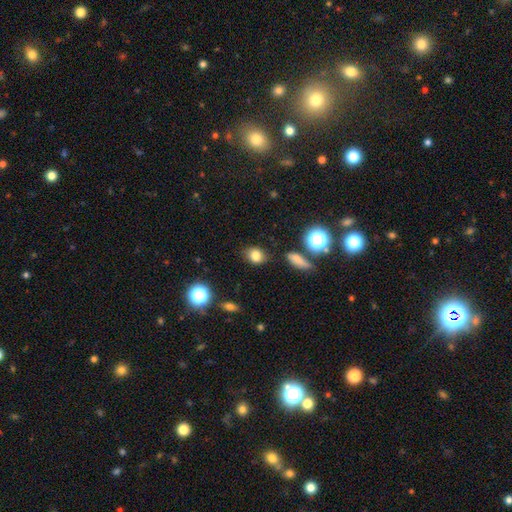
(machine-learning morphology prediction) A smooth galaxy with no disk features (79%) that is in between round and cigar-shaped (54%).

Vote fractions:
- Smooth or featured? smooth: 79% / star or artifact: 12% / featured or disk: 8%
- How rounded? in between: 54% / round: 44% / cigar-shaped: 2%
- Merging? none: 77% / minor disturbance: 15% / major disturbance: 4% / merger: 3%